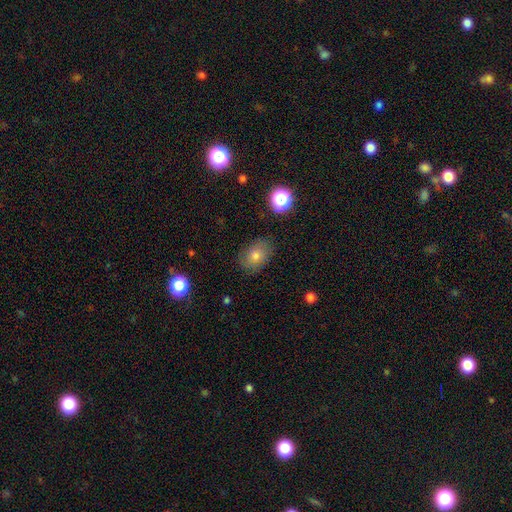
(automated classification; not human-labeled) This is likely a smooth galaxy (71%). How rounded: likely in between (69%). Merging: clearly none (81%).